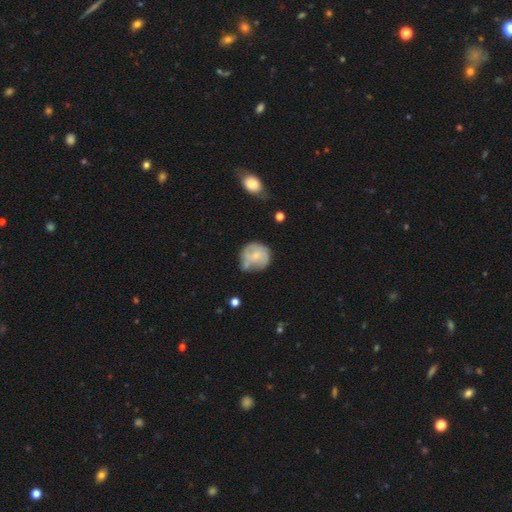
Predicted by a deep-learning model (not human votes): smooth-or-featured: smooth: 47% | featured or disk: 46% | star or artifact: 7%
  merging: none: 47% | minor disturbance: 31% | major disturbance: 13% | merger: 9%